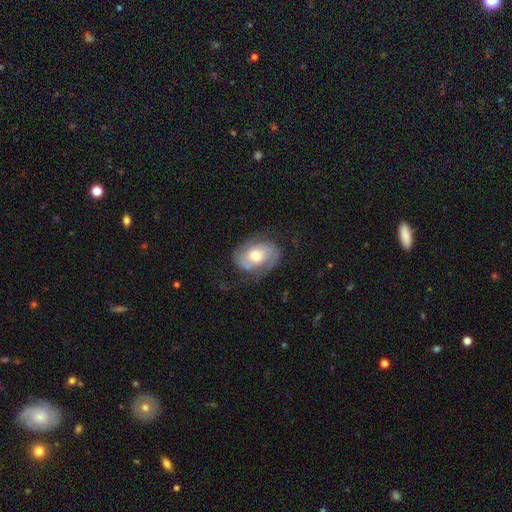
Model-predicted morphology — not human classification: type=featured or disk (68%); edge-on=no (96%); bar=no (64%); spiral arms=yes (87%); winding=medium (42%); arm count=2 (79%); bulge=moderate (63%); merging=none (60%).